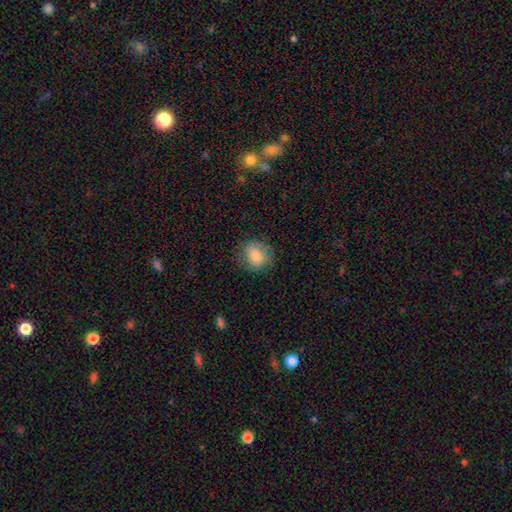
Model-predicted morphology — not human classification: Overall: smooth (71%). How rounded: round (65%; in between 34%). Merging: none (75%).